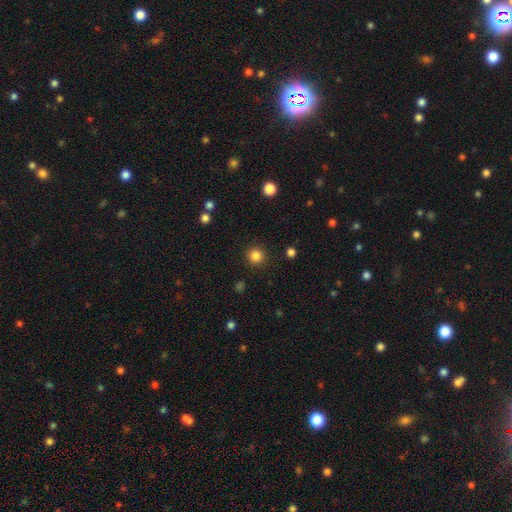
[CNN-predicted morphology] smooth_or_featured: smooth (p=0.84) [alt: star or artifact p=0.12]
how_rounded: round (p=0.95) [alt: in between p=0.05]
merging: none (p=0.91) [alt: minor disturbance p=0.05]